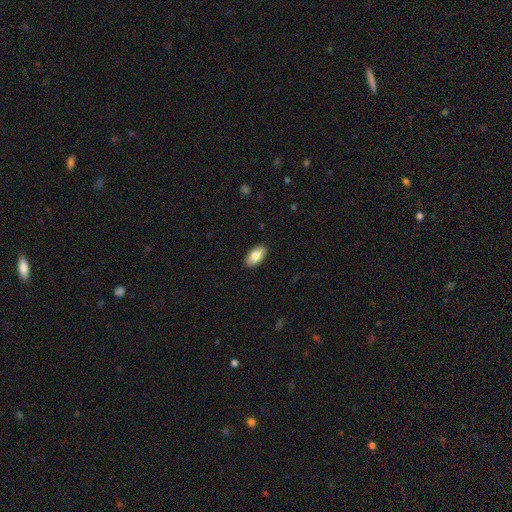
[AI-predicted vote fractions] This is clearly a smooth galaxy (82%). How rounded: clearly in between (94%). Merging: clearly none (89%).